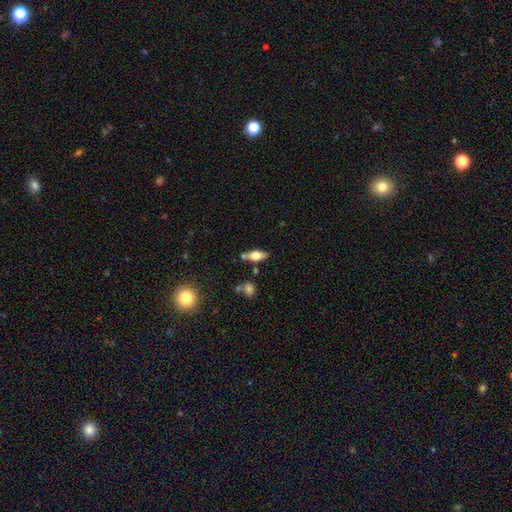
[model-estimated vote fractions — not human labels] The model was most divided on "smooth or featured": smooth: 59%, featured or disk: 34%, star or artifact: 8%. More confident: how rounded — in between (78%); merging — none (75%).